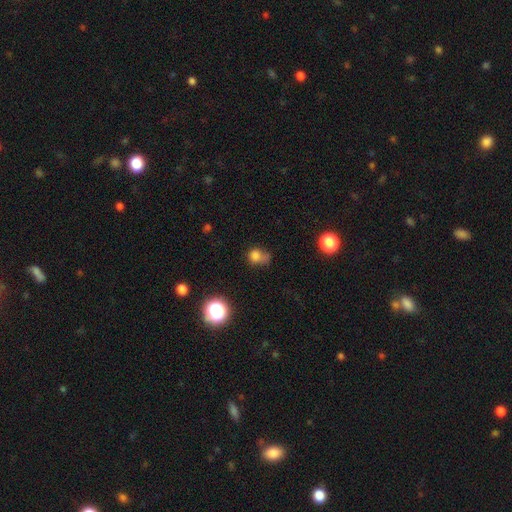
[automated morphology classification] smooth_or_featured: smooth (p=0.72) [alt: star or artifact p=0.16]
how_rounded: round (p=0.60) [alt: in between p=0.39]
merging: none (p=0.33) [alt: minor disturbance p=0.28]